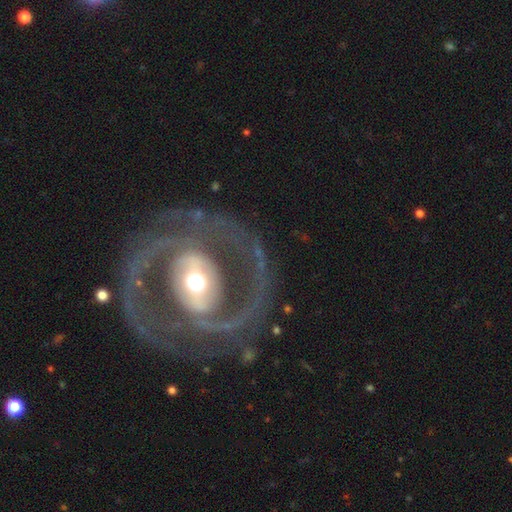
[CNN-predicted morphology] smooth_or_featured: featured or disk (p=0.90) [alt: smooth p=0.06]
disk_edge_on: no (p=0.97) [alt: yes p=0.03]
bar: strong (p=0.41) [alt: weak p=0.32]
has_spiral_arms: yes (p=0.93) [alt: no p=0.07]
spiral_winding: medium (p=0.45) [alt: tight p=0.43]
spiral_arm_count: 2 (p=0.84) [alt: can't tell p=0.05]
bulge_size: moderate (p=0.64) [alt: large p=0.17]
merging: none (p=0.79) [alt: minor disturbance p=0.11]